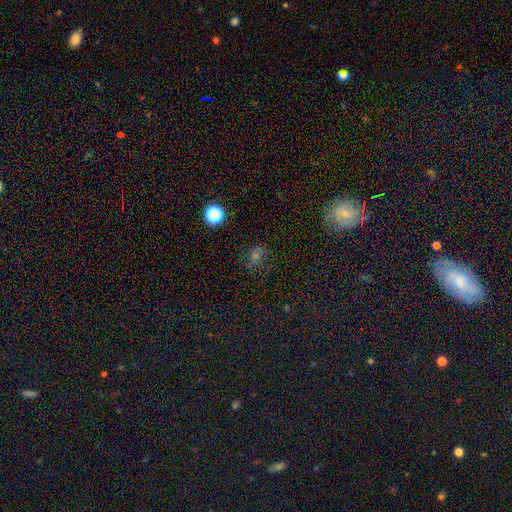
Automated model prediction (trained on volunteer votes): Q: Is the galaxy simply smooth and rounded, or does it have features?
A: smooth — 55%.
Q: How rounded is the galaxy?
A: round — 74%.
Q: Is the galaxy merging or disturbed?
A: none — 77%.